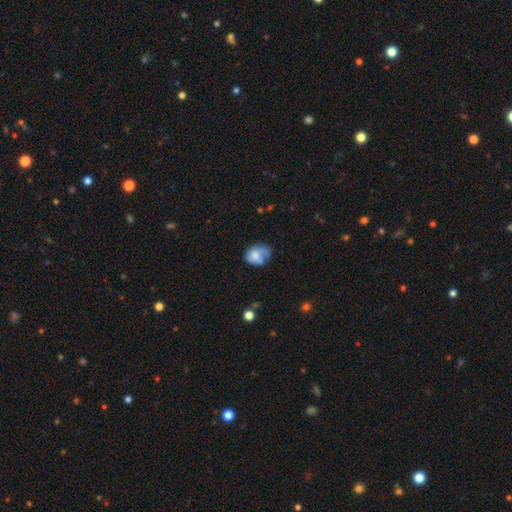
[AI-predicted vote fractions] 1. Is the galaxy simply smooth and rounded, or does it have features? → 58% smooth, 33% featured or disk, 9% star or artifact.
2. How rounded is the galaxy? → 63% in between, 36% round, 1% cigar-shaped.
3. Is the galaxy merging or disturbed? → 37% none, 32% minor disturbance, 26% major disturbance, 6% merger.